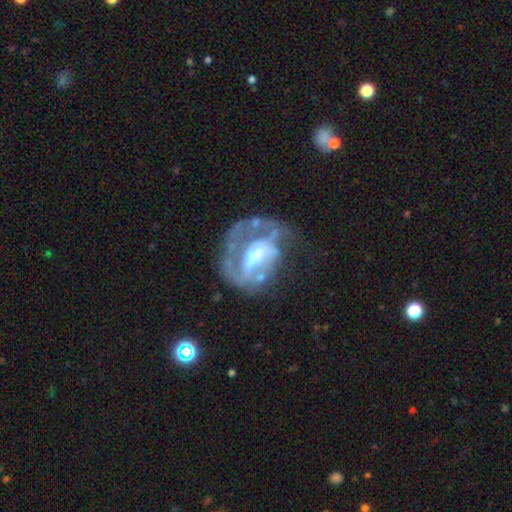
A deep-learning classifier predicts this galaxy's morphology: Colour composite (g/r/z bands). It shows a featured or disk galaxy (75%) with no bar (42%), spiral arms (61%) and a moderate central bulge (38%). Merging: major disturbance (40%).